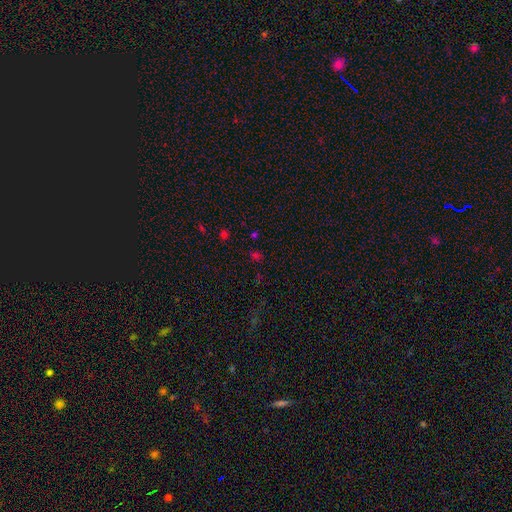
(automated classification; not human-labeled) Smooth or featured: star or artifact — 49% (smooth — 44%)